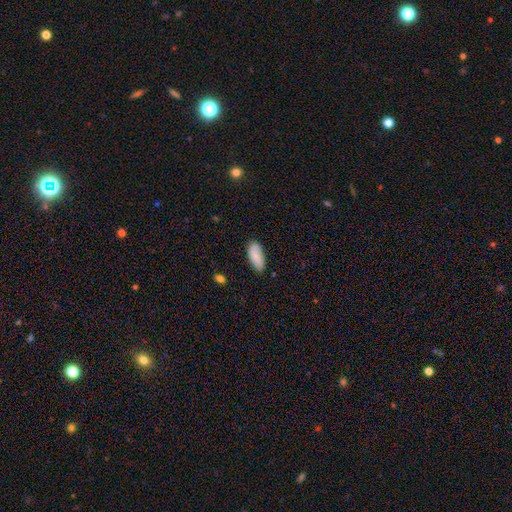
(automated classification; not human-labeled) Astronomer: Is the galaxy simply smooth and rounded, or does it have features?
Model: smooth — 87%.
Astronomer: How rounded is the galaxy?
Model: in between — 86%.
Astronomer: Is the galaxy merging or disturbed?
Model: none — 79%.